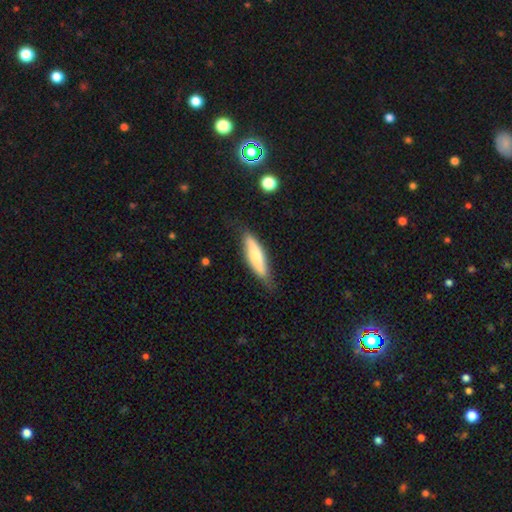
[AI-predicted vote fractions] A smooth galaxy with no disk features (67%) that is cigar-shaped (70%). Merging: none (73%).